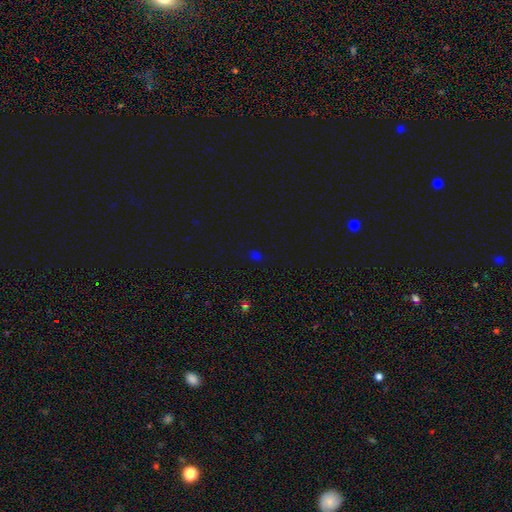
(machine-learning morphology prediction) type=smooth (52%); roundness=in between (50%); merging=none (81%).